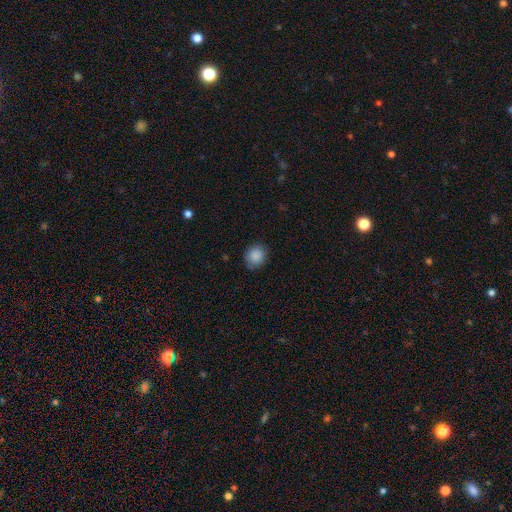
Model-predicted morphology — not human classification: smooth 88%, star or artifact 8%, featured or disk 4%. Down the decision tree: how rounded — round (77%); merging — none (82%).